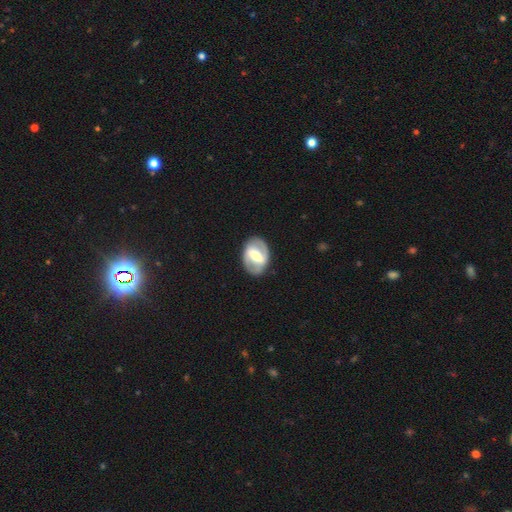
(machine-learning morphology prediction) Smooth or featured? Predicted: featured or disk (p=0.72). Edge-on disk? Predicted: no (p=0.95). Bar? Predicted: strong (p=0.67). Spiral arms? Predicted: yes (p=0.62). Bulge size? Predicted: moderate (p=0.41). Merging? Predicted: none (p=0.83).